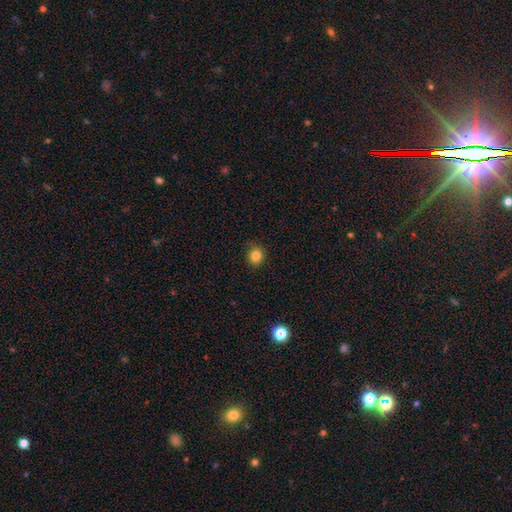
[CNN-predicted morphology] Q: Smooth or featured?
A: smooth (83%); runner-up: star or artifact (12%)
Q: How rounded?
A: round (83%); runner-up: in between (17%)
Q: Merging?
A: none (86%); runner-up: minor disturbance (11%)